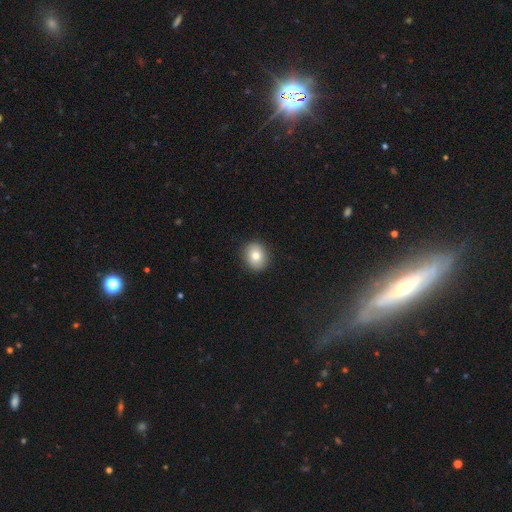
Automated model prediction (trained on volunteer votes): A smooth galaxy with no disk features (79%) that is round (65%).

Vote fractions:
- Smooth or featured? smooth: 79% / featured or disk: 12% / star or artifact: 9%
- How rounded? round: 65% / in between: 34% / cigar-shaped: 1%
- Merging? none: 89% / minor disturbance: 7% / major disturbance: 2% / merger: 1%